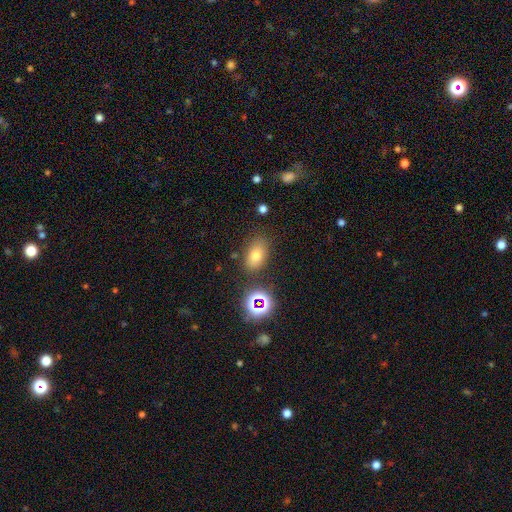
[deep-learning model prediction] The model was most divided on "smooth or featured": smooth: 70%, star or artifact: 18%, featured or disk: 12%. More confident: how rounded — in between (81%); merging — none (79%).